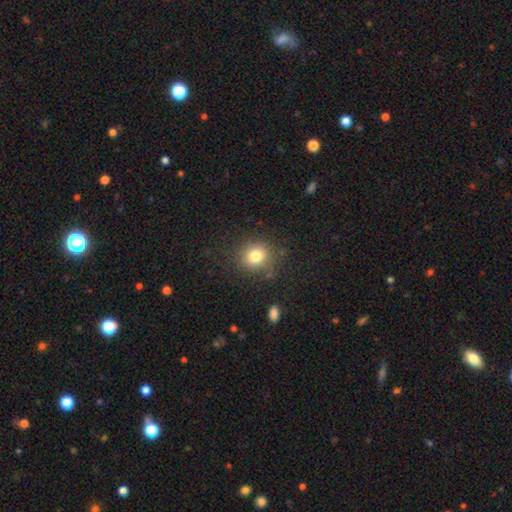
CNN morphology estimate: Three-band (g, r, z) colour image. It shows a smooth galaxy with no disk features (80%) that is round (83%). Merging: none (83%).